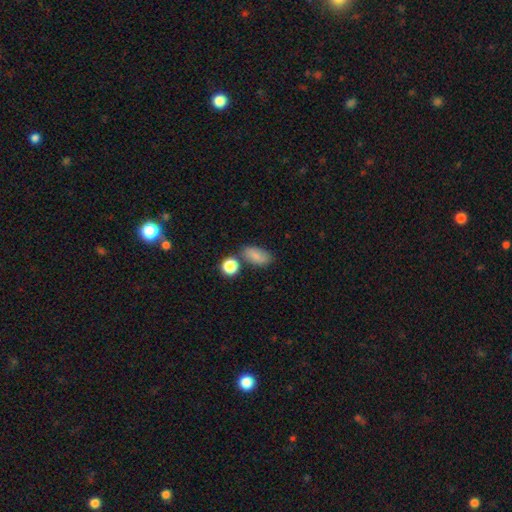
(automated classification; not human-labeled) This is clearly a smooth galaxy (81%). How rounded: clearly in between (88%). Merging: likely none (68%).